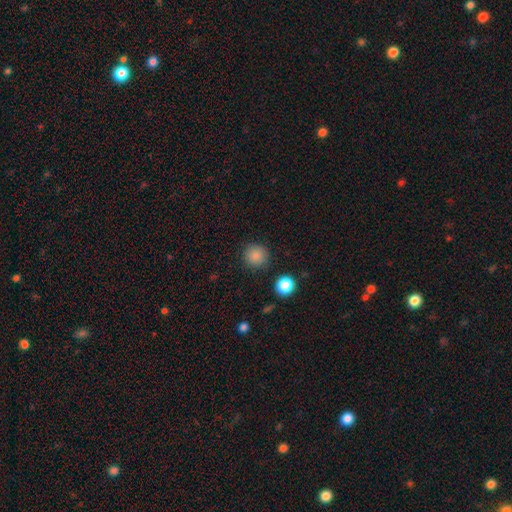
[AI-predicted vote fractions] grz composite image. It shows a smooth galaxy with no disk features (85%) that is round (93%). Merging: none (89%).